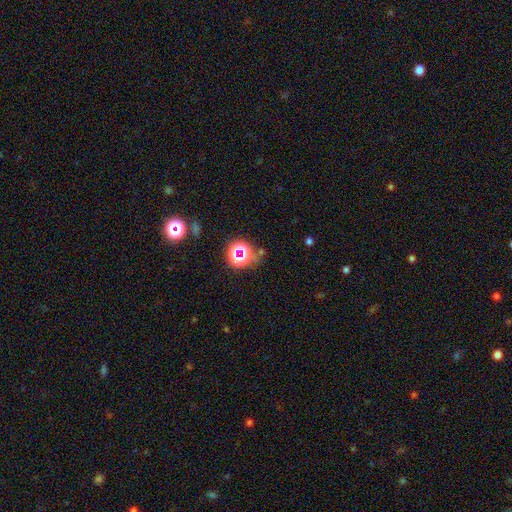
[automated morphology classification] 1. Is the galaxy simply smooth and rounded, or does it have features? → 73% star or artifact, 19% smooth, 8% featured or disk.